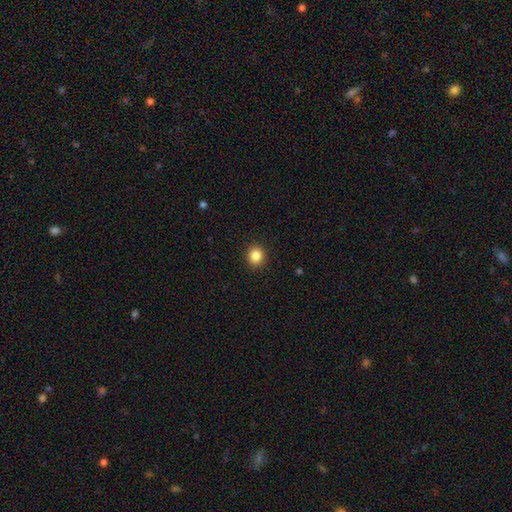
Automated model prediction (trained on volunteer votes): Smooth or featured?
  - smooth: 85% *
  - star or artifact: 10%
  - featured or disk: 4%
How rounded?
  - round: 84% *
  - in between: 16%
  - cigar-shaped: 1%
Merging?
  - none: 92% *
  - minor disturbance: 6%
  - major disturbance: 2%
  - merger: 1%